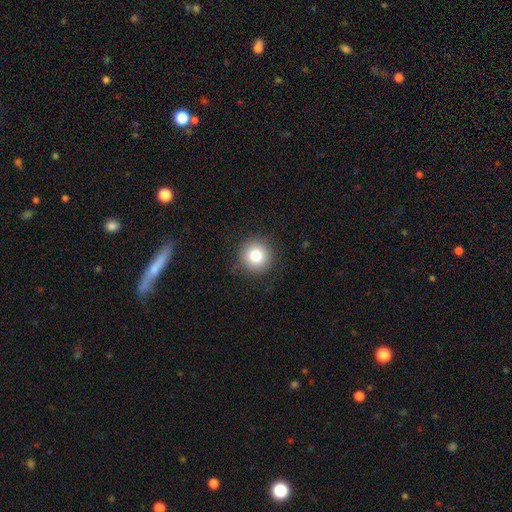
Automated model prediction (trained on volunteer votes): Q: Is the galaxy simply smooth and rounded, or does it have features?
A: smooth — 81%.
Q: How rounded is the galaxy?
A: round — 95%.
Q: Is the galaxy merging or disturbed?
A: none — 89%.